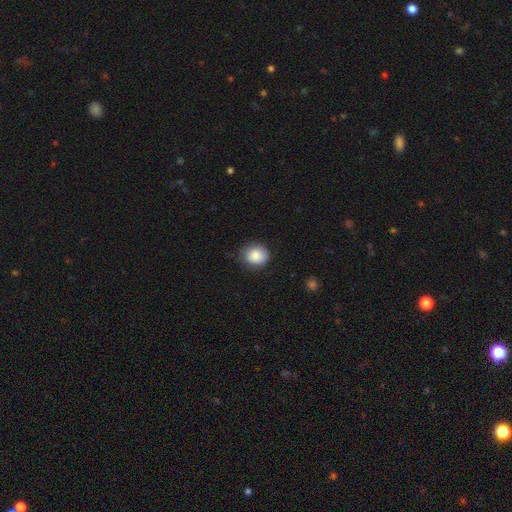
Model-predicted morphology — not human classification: smooth-or-featured: smooth: 86% | star or artifact: 8% | featured or disk: 6%
  how-rounded: round: 70% | in between: 29% | cigar-shaped: 1%
  merging: none: 77% | minor disturbance: 19% | major disturbance: 4% | merger: 1%